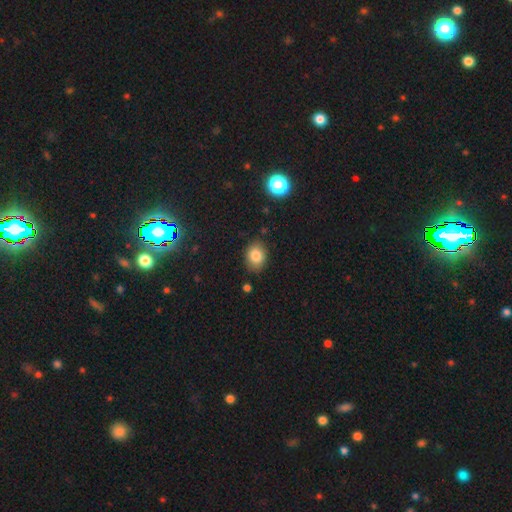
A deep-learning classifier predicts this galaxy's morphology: Smooth or featured?
  - smooth: 82% *
  - star or artifact: 10%
  - featured or disk: 8%
How rounded?
  - in between: 59% *
  - round: 40%
  - cigar-shaped: 1%
Merging?
  - none: 83% *
  - minor disturbance: 13%
  - major disturbance: 3%
  - merger: 2%